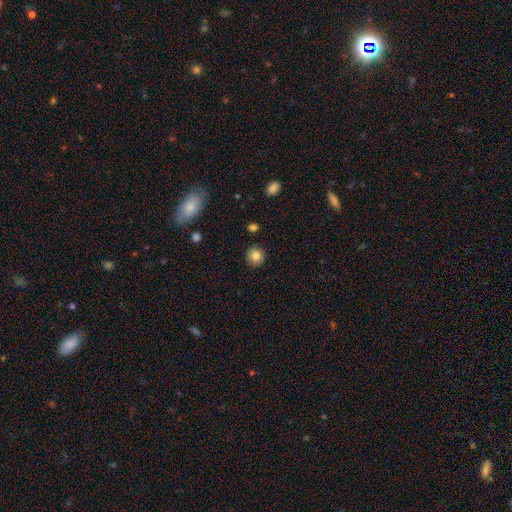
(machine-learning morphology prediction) A smooth galaxy with no disk features (82%) that is round (92%).

Vote fractions:
- Smooth or featured? smooth: 82% / star or artifact: 10% / featured or disk: 8%
- How rounded? round: 92% / in between: 7% / cigar-shaped: 1%
- Merging? none: 91% / minor disturbance: 6% / major disturbance: 2% / merger: 2%